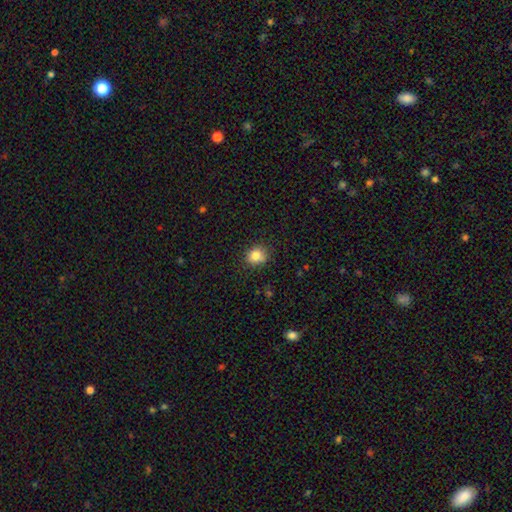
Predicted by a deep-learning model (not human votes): smooth 83%, star or artifact 11%, featured or disk 6%. Down the decision tree: how rounded — round (75%); merging — none (83%).